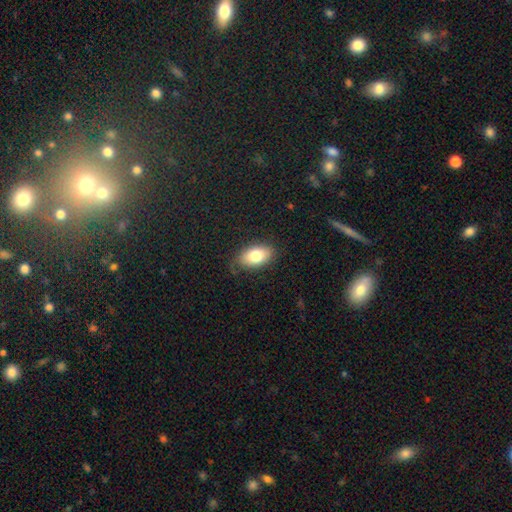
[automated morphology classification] Smooth or featured? Predicted: smooth (p=0.79). How rounded? Predicted: in between (p=0.92). Merging? Predicted: none (p=0.79).